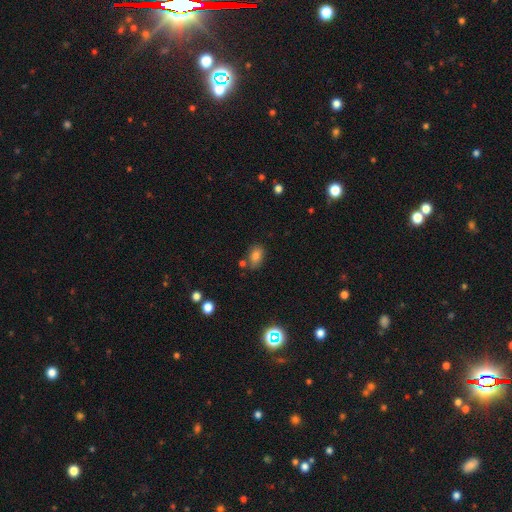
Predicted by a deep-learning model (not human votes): Q: Smooth or featured?
A: smooth (81%); runner-up: star or artifact (12%)
Q: How rounded?
A: in between (82%); runner-up: round (16%)
Q: Merging?
A: none (71%); runner-up: minor disturbance (16%)